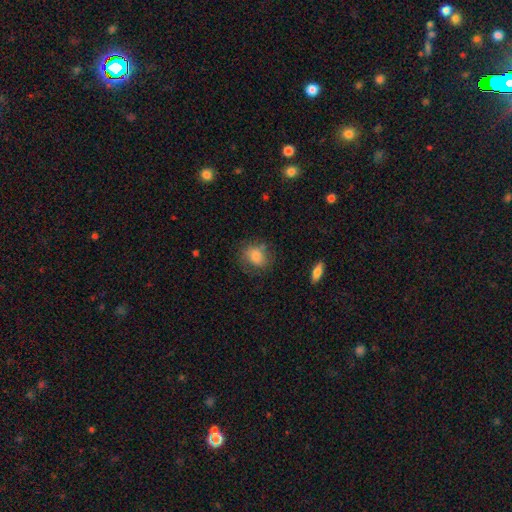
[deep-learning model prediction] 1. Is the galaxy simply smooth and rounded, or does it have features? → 77% smooth, 14% featured or disk, 9% star or artifact.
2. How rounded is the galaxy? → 51% in between, 47% round, 1% cigar-shaped.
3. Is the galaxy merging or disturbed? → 67% none, 22% minor disturbance, 9% major disturbance, 2% merger.